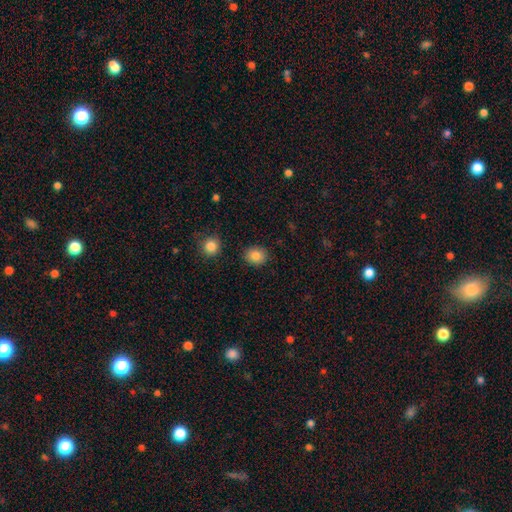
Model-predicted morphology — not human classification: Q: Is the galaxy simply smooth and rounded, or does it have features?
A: smooth — 84%.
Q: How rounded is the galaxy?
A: round — 73%.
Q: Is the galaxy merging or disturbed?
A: none — 89%.